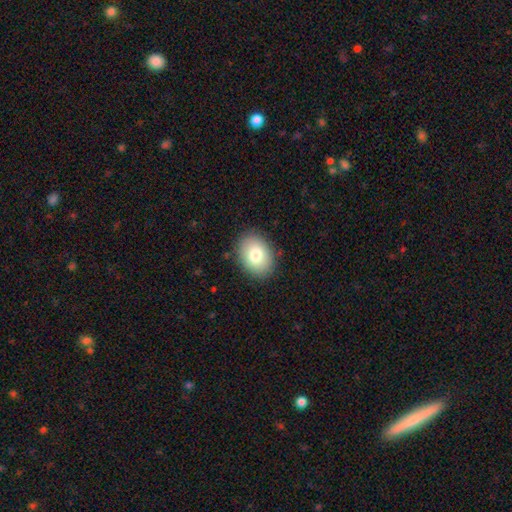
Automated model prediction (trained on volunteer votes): This is clearly a smooth galaxy (81%). How rounded: likely in between (71%). Merging: clearly none (87%).